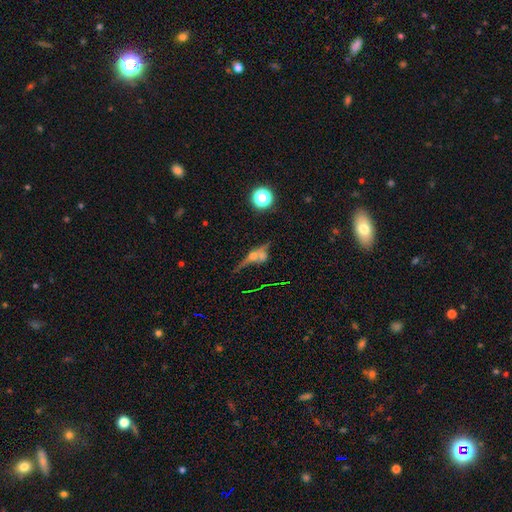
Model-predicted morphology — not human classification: Overall: featured or disk (47%; smooth 35%). Merging: none (43%; merger 30%).